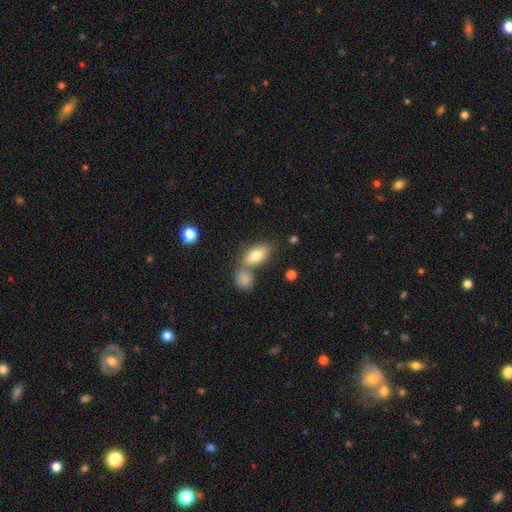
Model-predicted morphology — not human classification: Smooth or featured? Predicted: smooth (p=0.79). How rounded? Predicted: in between (p=0.88). Merging? Predicted: none (p=0.53).